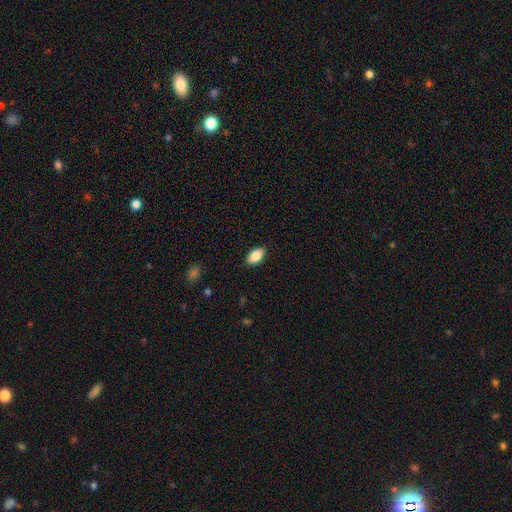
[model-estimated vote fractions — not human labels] A smooth galaxy with no disk features (86%) that is in between round and cigar-shaped (93%). Merging: none (88%).